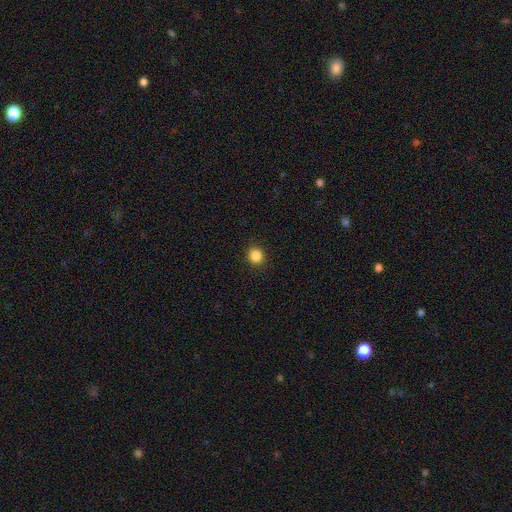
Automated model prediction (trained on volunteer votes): Smooth or featured: smooth — 86% (star or artifact — 11%)
How rounded: round — 91% (in between — 8%)
Merging: none — 92% (minor disturbance — 5%)